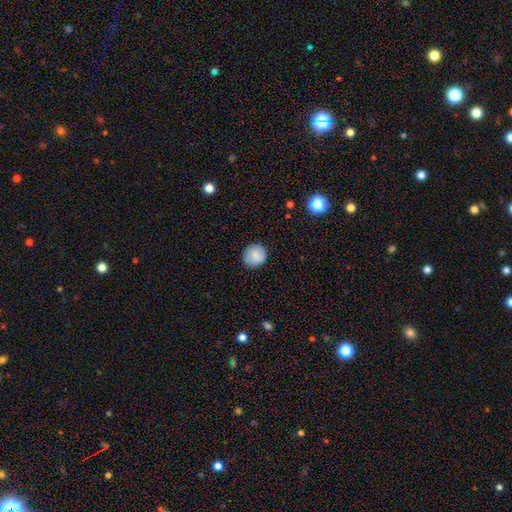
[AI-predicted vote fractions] A smooth galaxy with no disk features (84%) that is round (90%).

Vote fractions:
- Smooth or featured? smooth: 84% / star or artifact: 8% / featured or disk: 8%
- How rounded? round: 90% / in between: 9% / cigar-shaped: 1%
- Merging? none: 87% / minor disturbance: 10% / major disturbance: 2% / merger: 1%